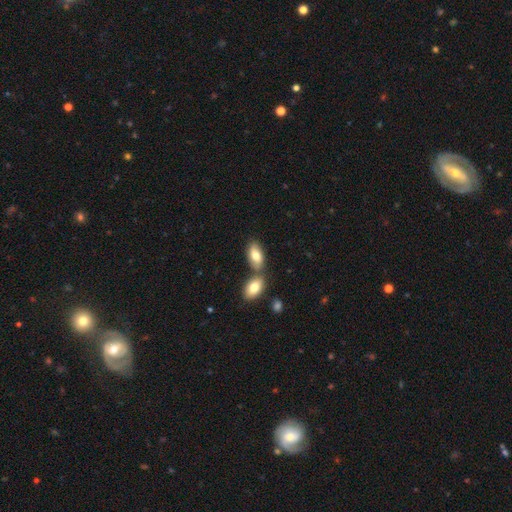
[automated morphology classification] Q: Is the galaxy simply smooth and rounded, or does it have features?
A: smooth — 76%.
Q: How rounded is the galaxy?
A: in between — 92%.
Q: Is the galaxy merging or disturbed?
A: none — 54%.